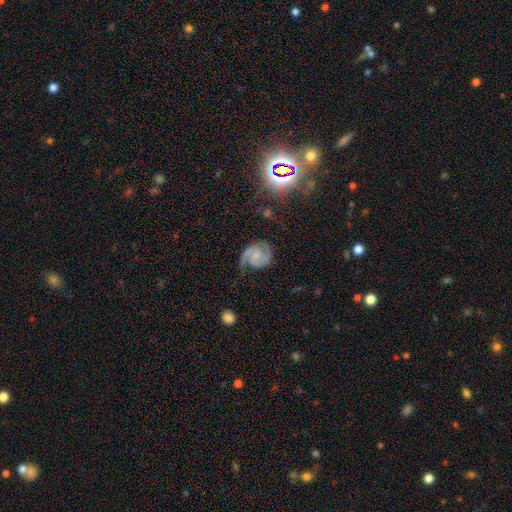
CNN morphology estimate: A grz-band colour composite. It shows a featured or disk galaxy (86%) with no bar (50%), 2 (85%) medium (51%) spiral arms (97%) and a small central bulge (46%). Merging: none (65%).